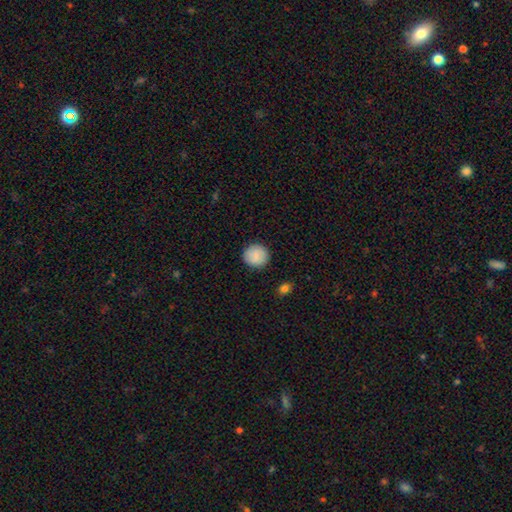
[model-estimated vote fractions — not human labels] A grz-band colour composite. It shows a smooth galaxy with no disk features (84%) that is round (91%). Merging: none (90%).